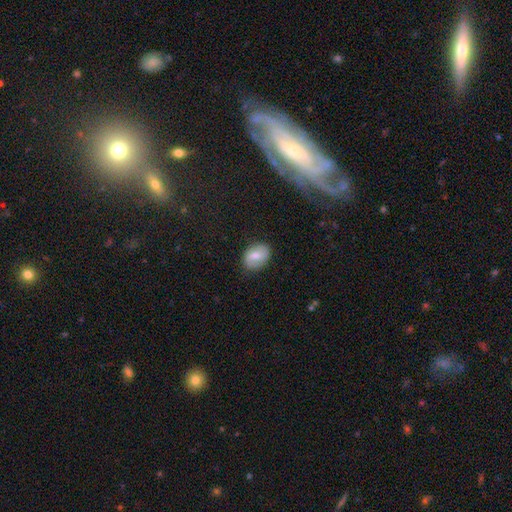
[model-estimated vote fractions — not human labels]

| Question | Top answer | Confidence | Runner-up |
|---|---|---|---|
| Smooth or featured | smooth | 61% | featured or disk (31%) |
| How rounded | in between | 69% | round (30%) |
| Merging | none | 83% | minor disturbance (13%) |